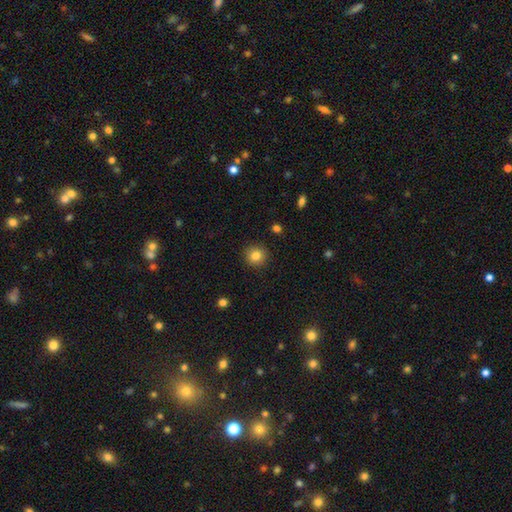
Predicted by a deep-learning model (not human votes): A smooth galaxy with no disk features (83%) that is round (90%). Merging: none (91%).